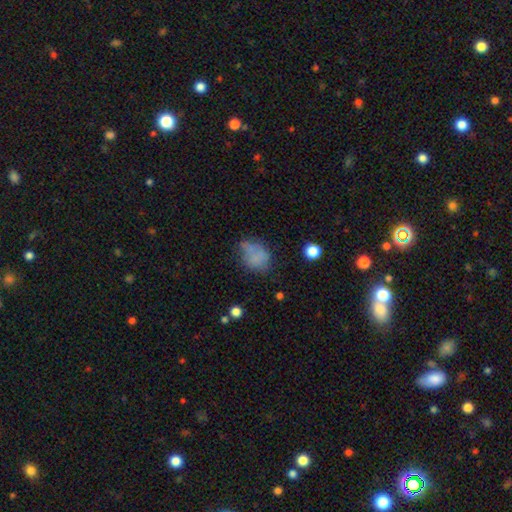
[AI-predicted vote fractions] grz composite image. It shows a smooth galaxy with no disk features (68%) that is in between round and cigar-shaped (57%). Merging: none (42%).